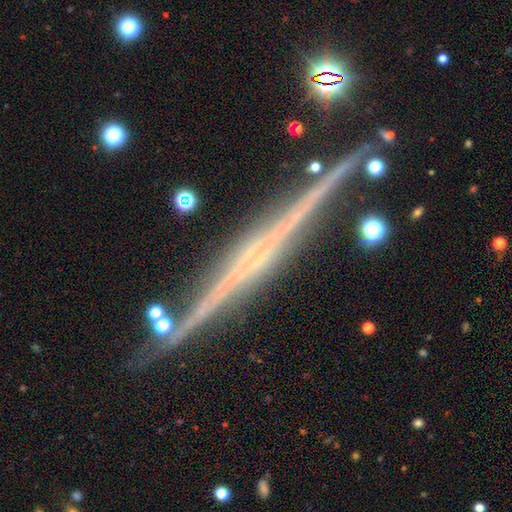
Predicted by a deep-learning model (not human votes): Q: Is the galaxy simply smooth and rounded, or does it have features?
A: featured or disk — 80%.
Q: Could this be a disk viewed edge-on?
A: yes — 98%.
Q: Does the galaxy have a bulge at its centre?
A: none — 53%.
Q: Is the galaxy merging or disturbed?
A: none — 85%.